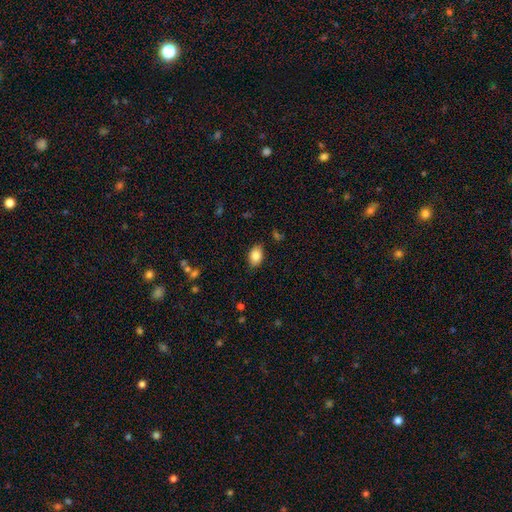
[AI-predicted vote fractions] Q: Smooth or featured?
A: smooth (85%); runner-up: star or artifact (7%)
Q: How rounded?
A: in between (89%); runner-up: round (10%)
Q: Merging?
A: none (86%); runner-up: minor disturbance (10%)